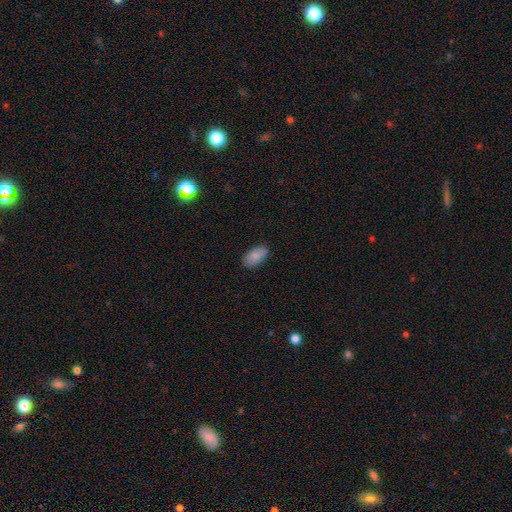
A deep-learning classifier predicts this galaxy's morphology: smooth 87%, star or artifact 7%, featured or disk 6%. Down the decision tree: how rounded — in between (94%); merging — none (86%).